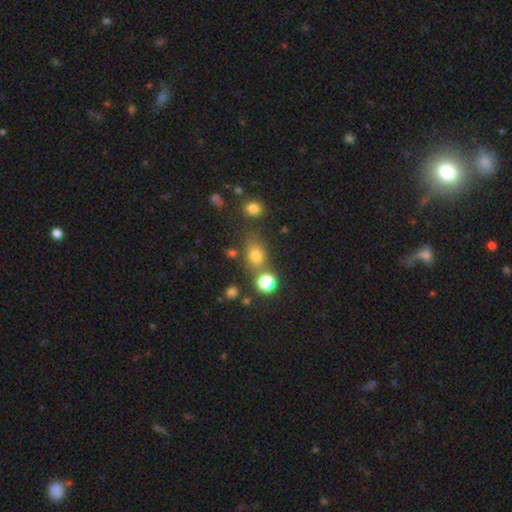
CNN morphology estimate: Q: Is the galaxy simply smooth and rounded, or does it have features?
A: smooth — 71%.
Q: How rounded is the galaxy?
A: round — 50%.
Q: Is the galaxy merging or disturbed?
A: none — 65%.